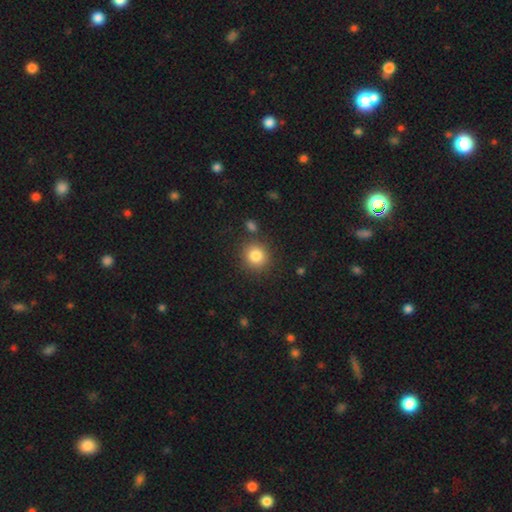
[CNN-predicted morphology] Smooth or featured? Predicted: smooth (p=0.83). How rounded? Predicted: round (p=0.86). Merging? Predicted: none (p=0.84).